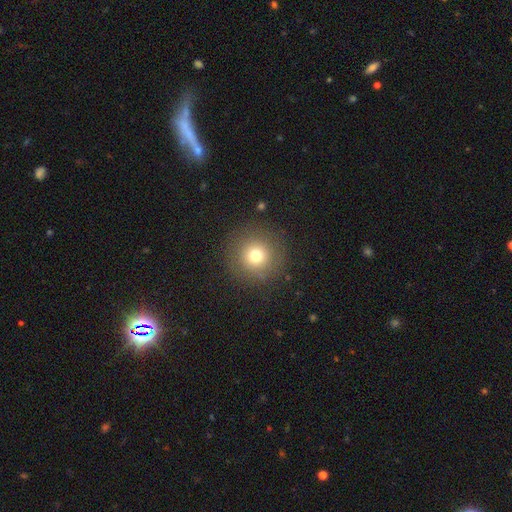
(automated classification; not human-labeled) Q: Smooth or featured?
A: smooth (74%); runner-up: star or artifact (15%)
Q: How rounded?
A: round (96%); runner-up: in between (3%)
Q: Merging?
A: none (88%); runner-up: minor disturbance (7%)